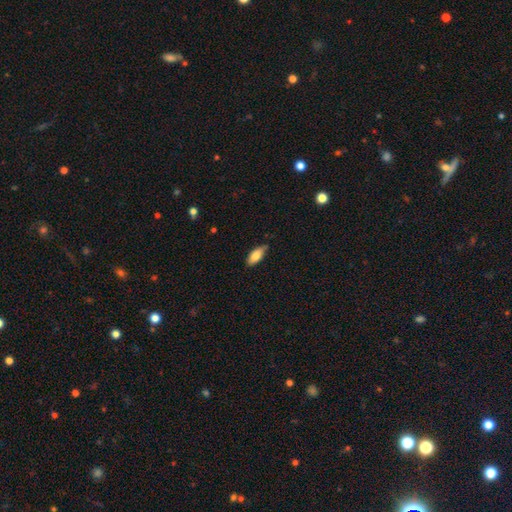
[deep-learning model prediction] Overall: smooth (80%). How rounded: in between (85%). Merging: none (74%).